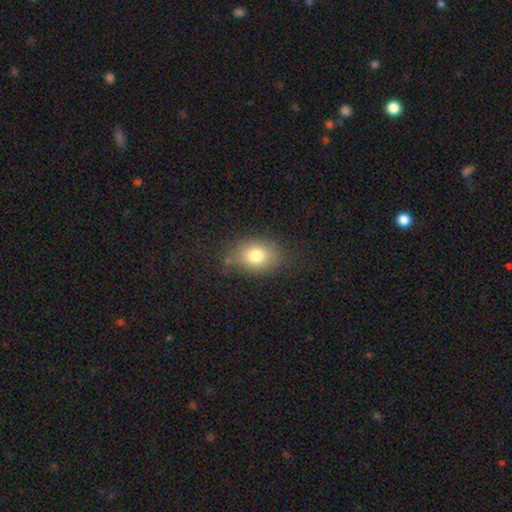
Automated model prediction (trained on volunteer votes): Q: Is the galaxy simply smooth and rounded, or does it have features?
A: smooth — 78%.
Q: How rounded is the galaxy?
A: in between — 64%.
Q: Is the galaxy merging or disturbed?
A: none — 69%.